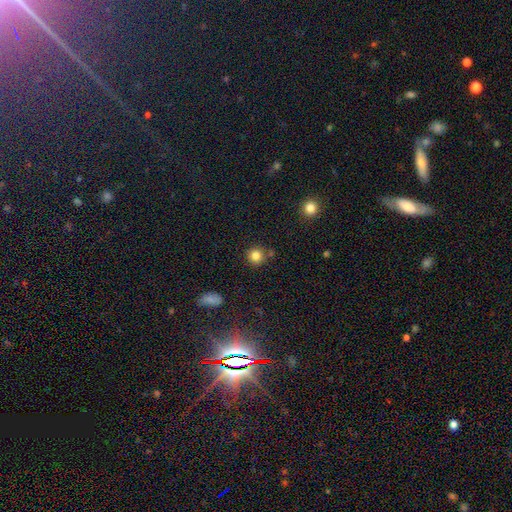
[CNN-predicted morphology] smooth 83%, star or artifact 12%, featured or disk 5%. Down the decision tree: how rounded — round (92%); merging — none (81%).